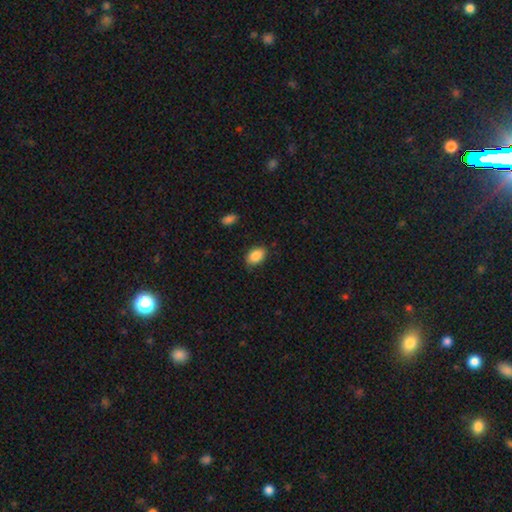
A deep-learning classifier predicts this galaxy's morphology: type=smooth (87%); roundness=in between (87%); merging=none (78%).